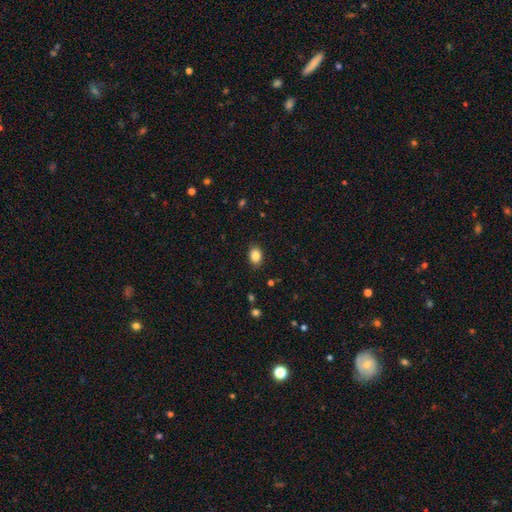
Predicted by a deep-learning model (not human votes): This is clearly a smooth galaxy (86%). How rounded: likely in between (76%). Merging: clearly none (88%).